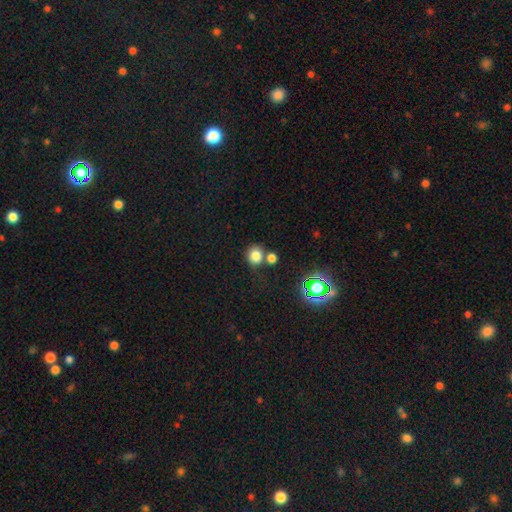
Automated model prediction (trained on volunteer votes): Smooth or featured?
  - smooth: 78% *
  - star or artifact: 15%
  - featured or disk: 7%
How rounded?
  - round: 78% *
  - in between: 21%
  - cigar-shaped: 1%
Merging?
  - none: 59% *
  - merger: 26%
  - minor disturbance: 11%
  - major disturbance: 4%